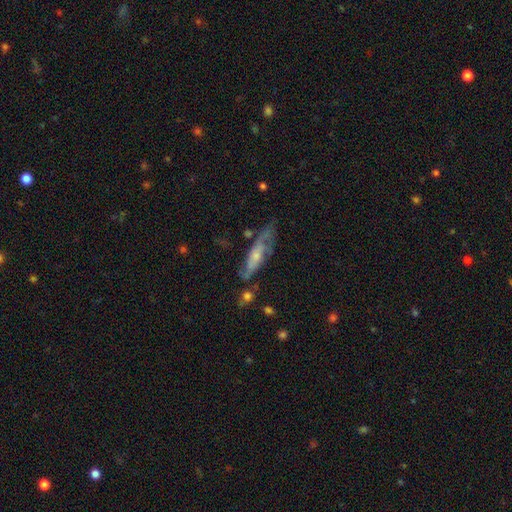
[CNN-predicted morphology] Smooth or featured?
  - featured or disk: 63% *
  - smooth: 30%
  - star or artifact: 7%
Edge-on disk?
  - no: 67% *
  - yes: 33%
Merging?
  - none: 54% *
  - minor disturbance: 26%
  - major disturbance: 15%
  - merger: 6%